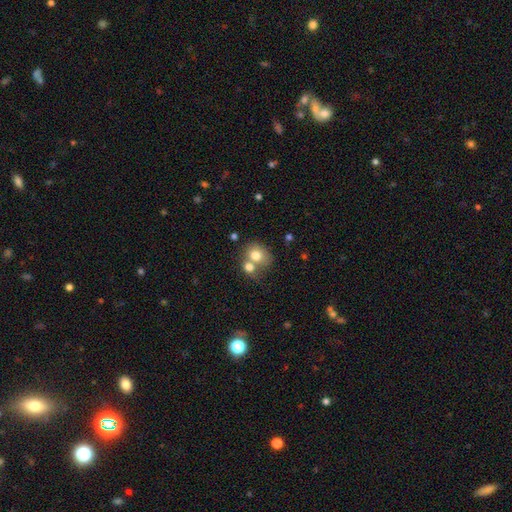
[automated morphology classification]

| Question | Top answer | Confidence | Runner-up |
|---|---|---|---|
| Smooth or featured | smooth | 75% | featured or disk (15%) |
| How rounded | round | 59% | in between (40%) |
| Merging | merger | 50% | none (36%) |